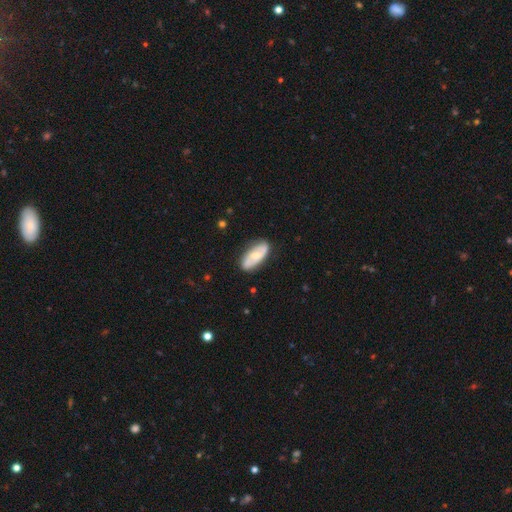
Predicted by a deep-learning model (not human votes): A featured or disk galaxy (59%) with no bar (54%), spiral arms (84%) and a moderate central bulge (51%).

Vote fractions:
- Smooth or featured? featured or disk: 59% / smooth: 36% / star or artifact: 5%
- Edge-on disk? no: 91% / yes: 9%
- Bar? no: 54% / weak: 34% / strong: 11%
- Spiral arms? yes: 84% / no: 16%
- Bulge size? moderate: 51% / small: 41% / large: 4% / none: 4% / dominant: 1%
- Merging? none: 81% / minor disturbance: 15% / major disturbance: 3% / merger: 1%